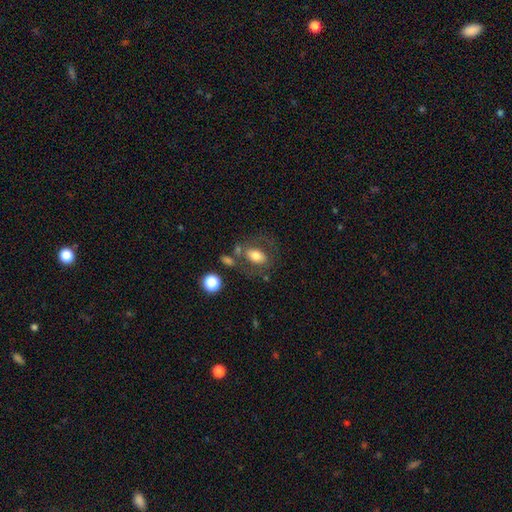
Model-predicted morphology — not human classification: Smooth or featured?
  - smooth: 64% *
  - featured or disk: 28%
  - star or artifact: 9%
How rounded?
  - in between: 81% *
  - round: 17%
  - cigar-shaped: 2%
Merging?
  - none: 57% *
  - minor disturbance: 16%
  - major disturbance: 14%
  - merger: 13%